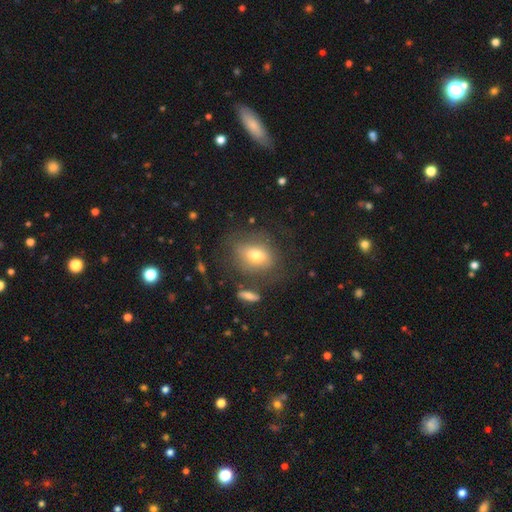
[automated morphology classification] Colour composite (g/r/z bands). It shows a smooth galaxy with no disk features (66%) that is in between round and cigar-shaped (59%). Merging: none (66%).